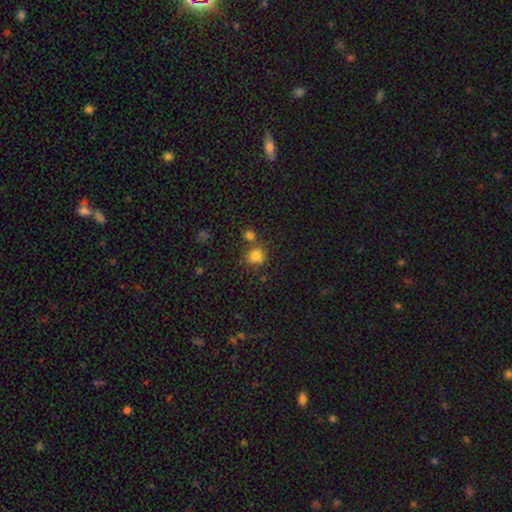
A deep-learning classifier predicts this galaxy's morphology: Smooth or featured?
  - smooth: 80% *
  - star or artifact: 14%
  - featured or disk: 6%
How rounded?
  - round: 84% *
  - in between: 15%
  - cigar-shaped: 1%
Merging?
  - none: 65% *
  - merger: 20%
  - minor disturbance: 11%
  - major disturbance: 4%